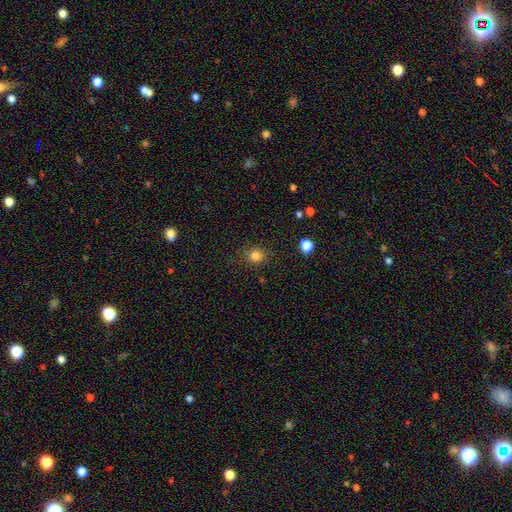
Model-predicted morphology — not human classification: A smooth galaxy with no disk features (83%) that is round (86%). Merging: none (84%).